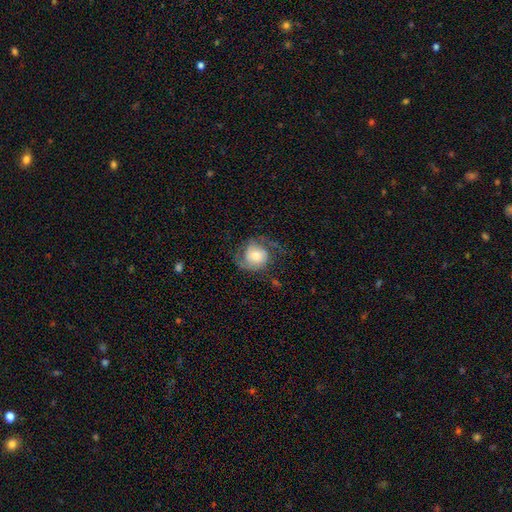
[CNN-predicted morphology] A featured or disk galaxy (59%) with no bar (74%), 2 (77%) medium (43%) spiral arms (88%) and a moderate central bulge (42%). Merging: none (56%).